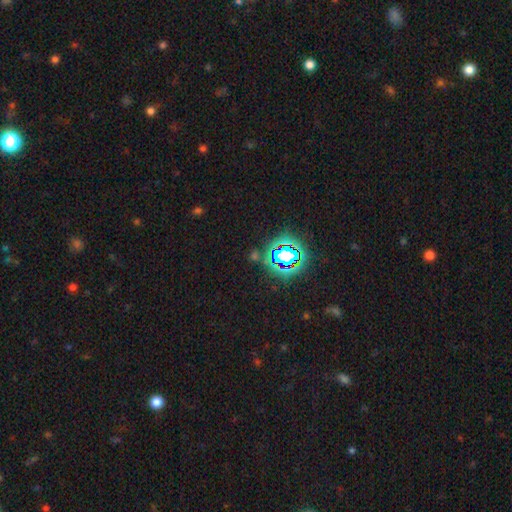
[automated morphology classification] Smooth or featured: star or artifact — 75% (smooth — 17%)